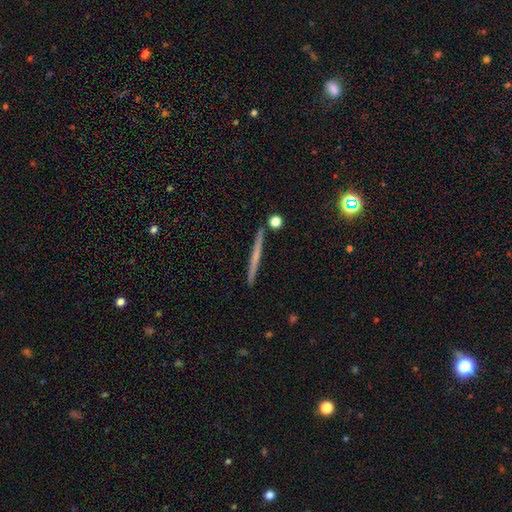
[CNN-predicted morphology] Smooth or featured? Predicted: featured or disk (p=0.53). Edge-on disk? Predicted: yes (p=0.98). Edge-on bulge? Predicted: none (p=0.80). Merging? Predicted: none (p=0.91).